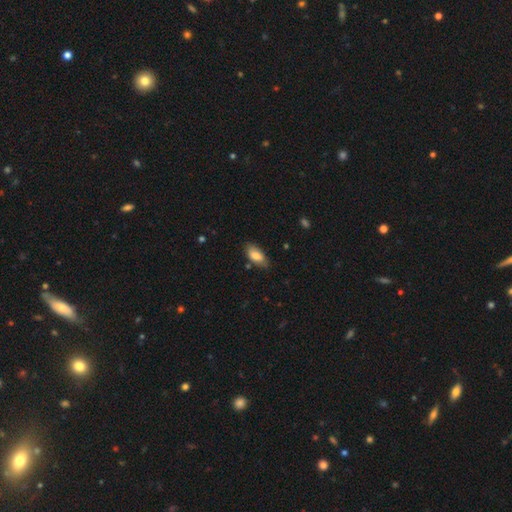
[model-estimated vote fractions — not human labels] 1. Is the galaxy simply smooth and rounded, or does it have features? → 79% smooth, 14% featured or disk, 7% star or artifact.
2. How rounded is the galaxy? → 91% in between, 7% cigar-shaped, 3% round.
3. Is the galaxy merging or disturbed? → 73% none, 21% minor disturbance, 4% major disturbance, 2% merger.